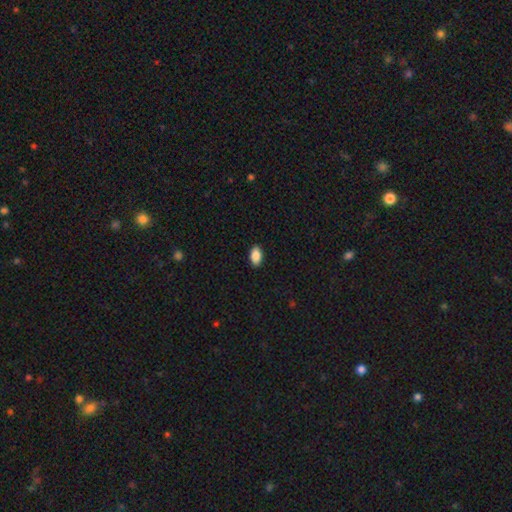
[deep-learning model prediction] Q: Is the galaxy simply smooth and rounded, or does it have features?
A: smooth — 89%.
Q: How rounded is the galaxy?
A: in between — 92%.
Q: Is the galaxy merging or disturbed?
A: none — 90%.